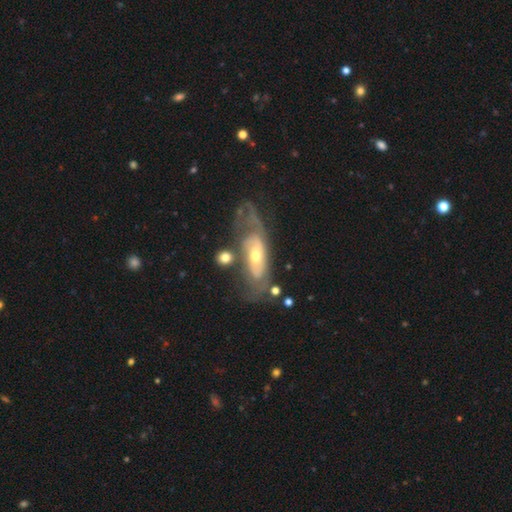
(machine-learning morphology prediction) A featured or disk galaxy (77%) with no bar (65%), spiral arms (74%) and a moderate central bulge (56%).

Vote fractions:
- Smooth or featured? featured or disk: 77% / smooth: 17% / star or artifact: 6%
- Edge-on disk? no: 86% / yes: 14%
- Bar? no: 65% / weak: 26% / strong: 10%
- Spiral arms? yes: 74% / no: 26%
- Bulge size? moderate: 56% / small: 38% / large: 4% / none: 1% / dominant: 1%
- Merging? none: 49% / major disturbance: 22% / minor disturbance: 21% / merger: 8%